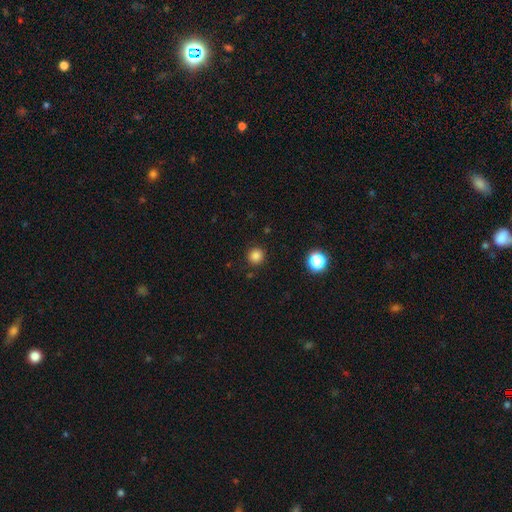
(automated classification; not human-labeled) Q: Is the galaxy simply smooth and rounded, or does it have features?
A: smooth — 84%.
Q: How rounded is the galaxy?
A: round — 94%.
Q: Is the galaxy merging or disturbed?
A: none — 90%.